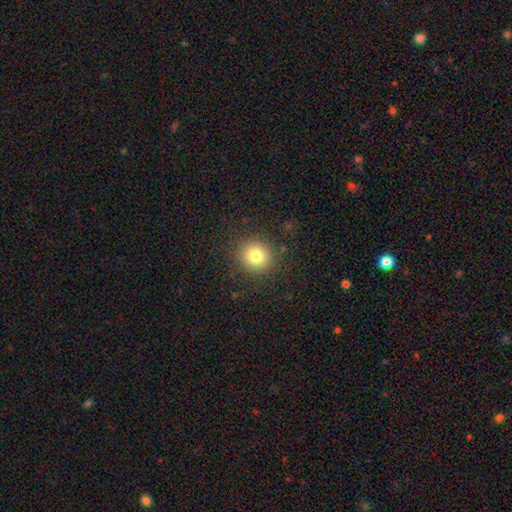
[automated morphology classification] This appears to be a smooth galaxy with no disk features (80%) that is round (89%). Merging: none (89%).